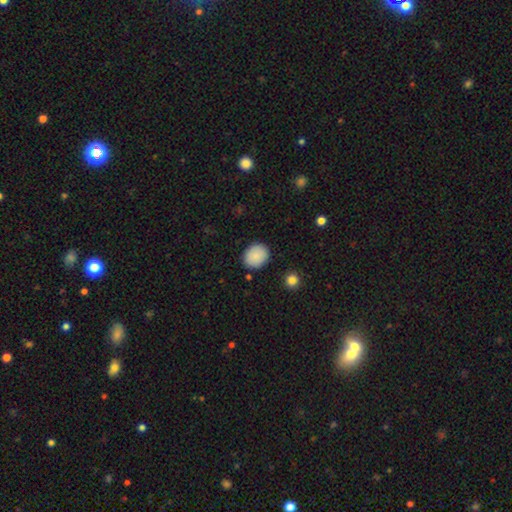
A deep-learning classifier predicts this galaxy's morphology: A smooth galaxy with no disk features (87%) that is round (60%). Merging: none (87%).